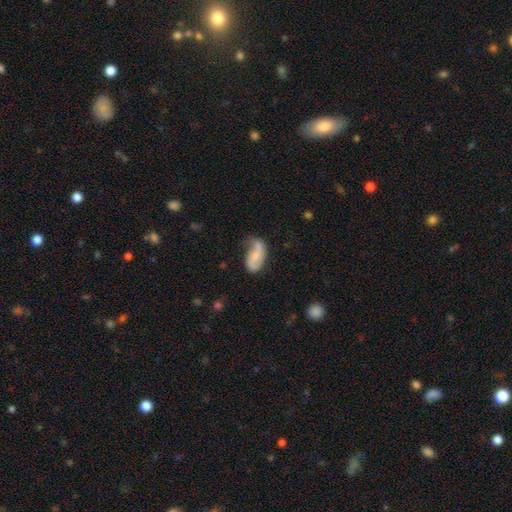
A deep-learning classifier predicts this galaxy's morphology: A smooth galaxy with no disk features (56%) that is in between round and cigar-shaped (91%). Merging: none (34%).